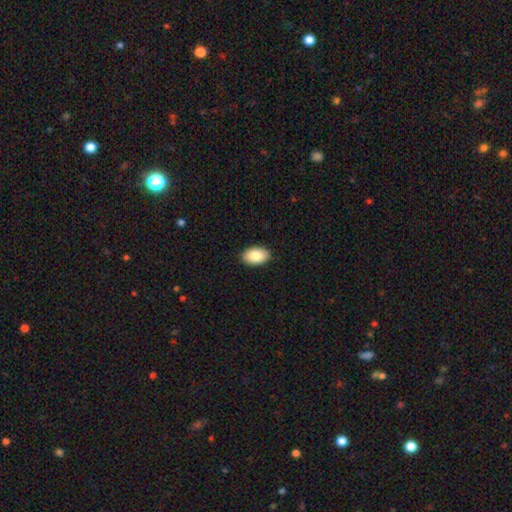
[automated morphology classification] A smooth galaxy with no disk features (85%) that is in between round and cigar-shaped (92%). Merging: none (90%).